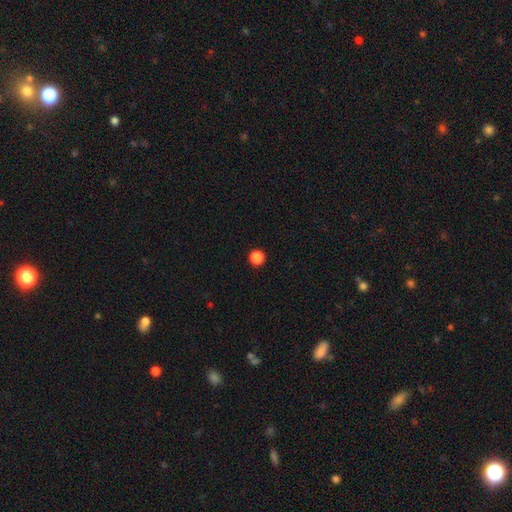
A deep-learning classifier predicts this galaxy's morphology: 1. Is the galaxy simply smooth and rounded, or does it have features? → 84% smooth, 13% star or artifact, 3% featured or disk.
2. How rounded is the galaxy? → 96% round, 3% in between, 1% cigar-shaped.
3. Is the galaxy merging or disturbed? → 94% none, 3% minor disturbance, 1% major disturbance, 1% merger.